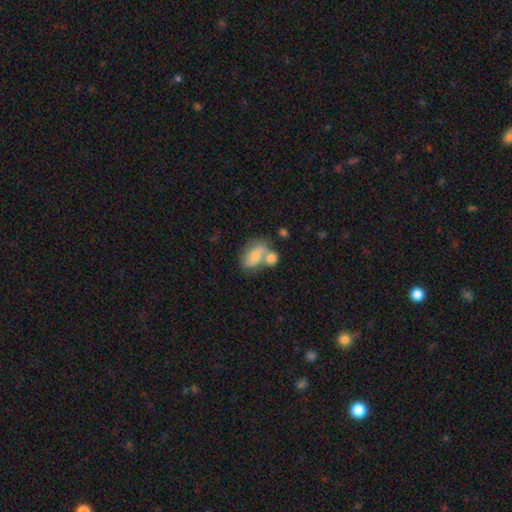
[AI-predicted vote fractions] This is possibly a smooth galaxy (59%). How rounded: clearly in between (84%). Merging: possibly merger (54%).